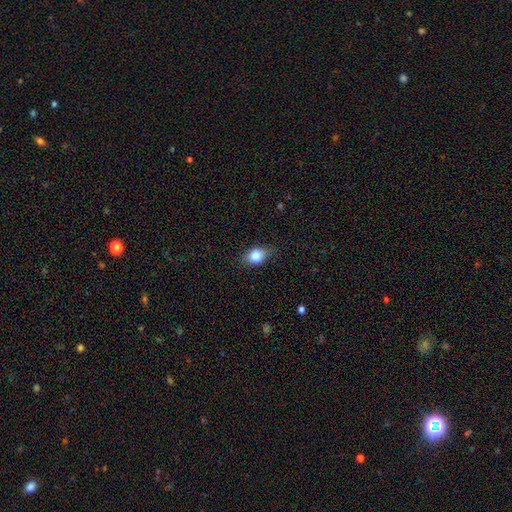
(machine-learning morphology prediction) A smooth galaxy with no disk features (82%) that is in between round and cigar-shaped (69%). Merging: none (75%).